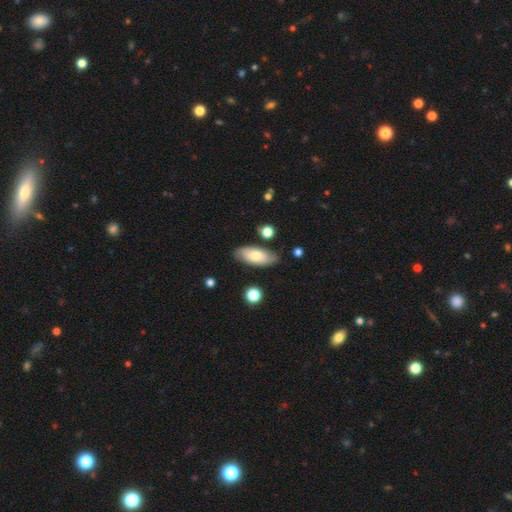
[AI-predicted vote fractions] A smooth galaxy with no disk features (64%) that is in between round and cigar-shaped (84%). Merging: none (79%).